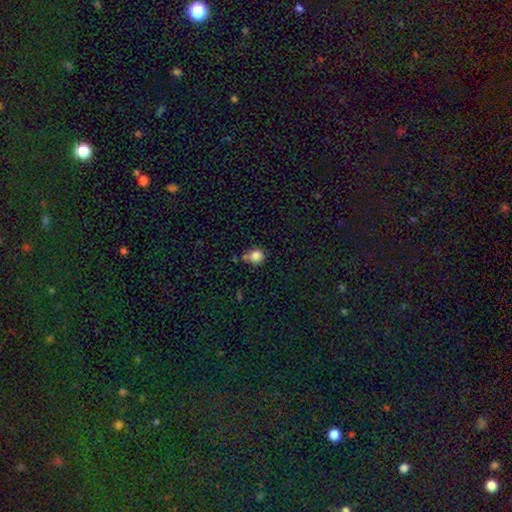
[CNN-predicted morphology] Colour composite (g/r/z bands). It shows a smooth galaxy with no disk features (83%) that is round (85%). Merging: none (59%).